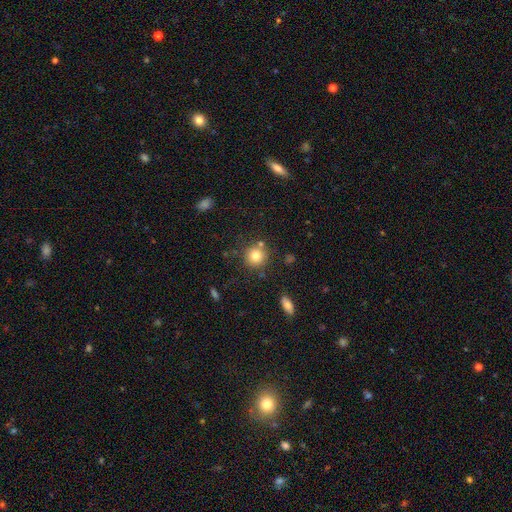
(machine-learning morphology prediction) A smooth galaxy with no disk features (80%) that is round (91%).

Vote fractions:
- Smooth or featured? smooth: 80% / star or artifact: 11% / featured or disk: 9%
- How rounded? round: 91% / in between: 8% / cigar-shaped: 1%
- Merging? none: 78% / minor disturbance: 10% / merger: 10% / major disturbance: 3%